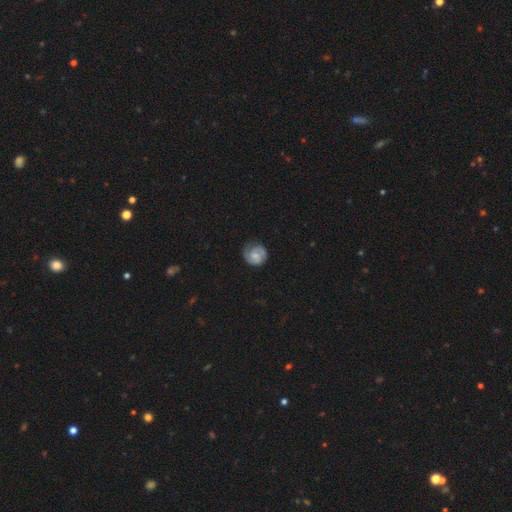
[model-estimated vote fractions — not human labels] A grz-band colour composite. It shows a featured or disk galaxy (64%) with no bar (56%), 2 (73%) tight (54%) spiral arms (93%) and a small central bulge (44%). Merging: none (74%).